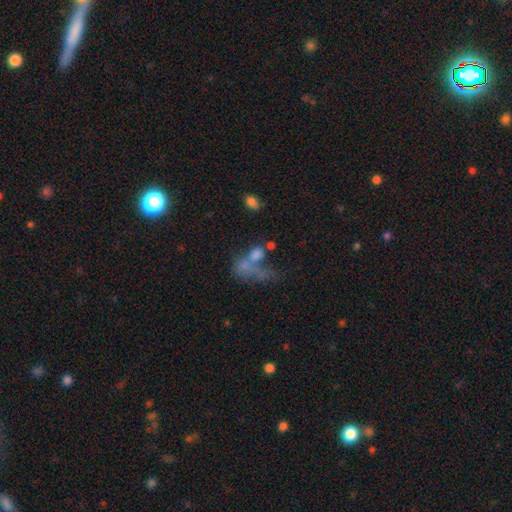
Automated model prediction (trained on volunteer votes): Q: Smooth or featured?
A: smooth (59%); runner-up: featured or disk (24%)
Q: How rounded?
A: in between (69%); runner-up: round (26%)
Q: Merging?
A: merger (51%); runner-up: major disturbance (23%)